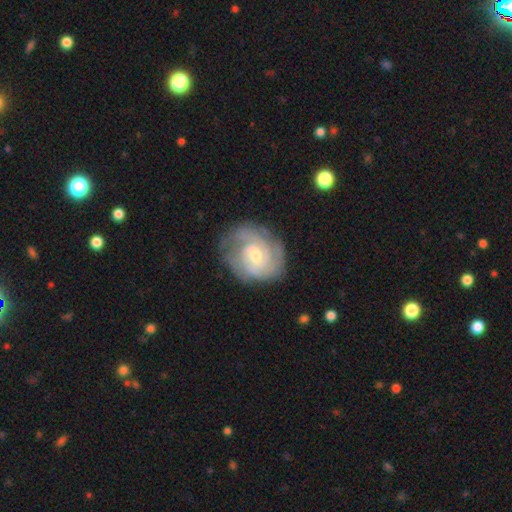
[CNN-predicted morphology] This appears to be a featured or disk galaxy (85%) with no bar (48%), 2 (33%) tight (67%) spiral arms (96%) and a moderate central bulge (50%). Merging: none (73%).